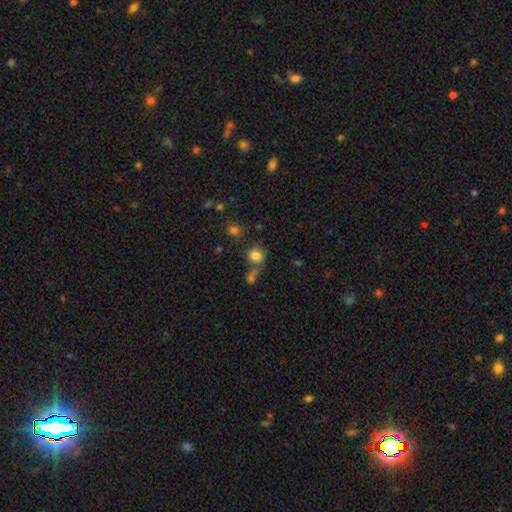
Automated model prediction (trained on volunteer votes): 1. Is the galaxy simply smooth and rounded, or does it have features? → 79% smooth, 13% star or artifact, 7% featured or disk.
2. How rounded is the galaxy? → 75% round, 24% in between, 1% cigar-shaped.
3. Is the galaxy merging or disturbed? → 58% none, 23% merger, 12% minor disturbance, 6% major disturbance.